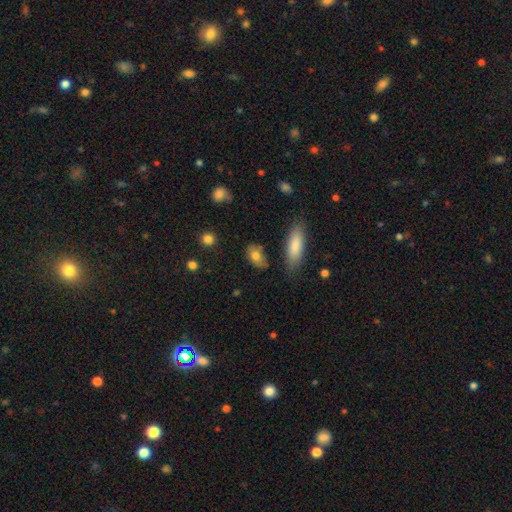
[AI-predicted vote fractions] This appears to be a smooth galaxy with no disk features (78%) that is in between round and cigar-shaped (83%). Merging: none (69%).